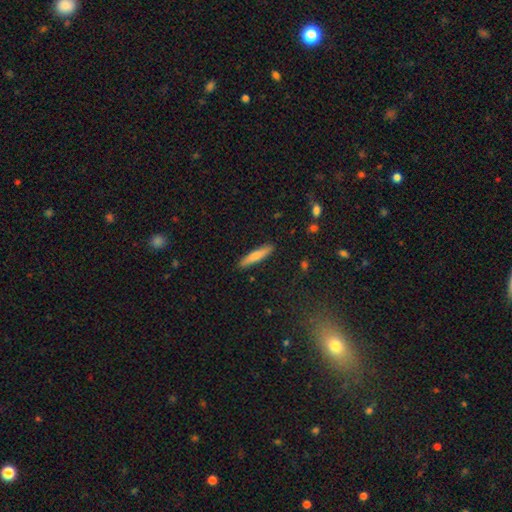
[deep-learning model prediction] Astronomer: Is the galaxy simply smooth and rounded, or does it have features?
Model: smooth — 73%.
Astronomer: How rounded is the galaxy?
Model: cigar-shaped — 88%.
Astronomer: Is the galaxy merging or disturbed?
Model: none — 90%.